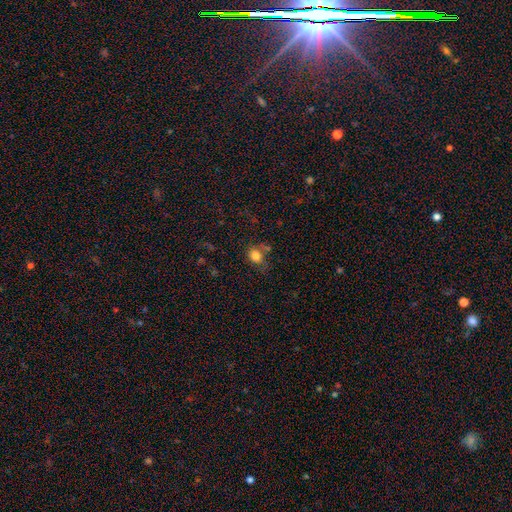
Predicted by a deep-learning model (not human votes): Smooth or featured?
  - smooth: 80% *
  - star or artifact: 12%
  - featured or disk: 8%
How rounded?
  - round: 65% *
  - in between: 34%
  - cigar-shaped: 1%
Merging?
  - none: 56% *
  - minor disturbance: 23%
  - major disturbance: 12%
  - merger: 10%